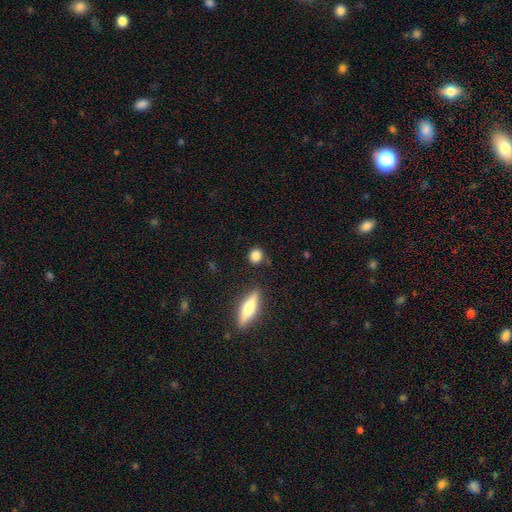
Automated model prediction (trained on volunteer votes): A smooth galaxy with no disk features (84%) that is round (74%). Merging: none (82%).